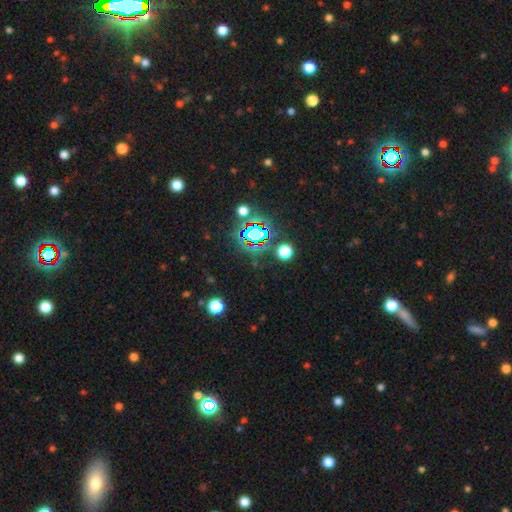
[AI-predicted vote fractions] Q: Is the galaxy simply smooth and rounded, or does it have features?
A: star or artifact — 78%.